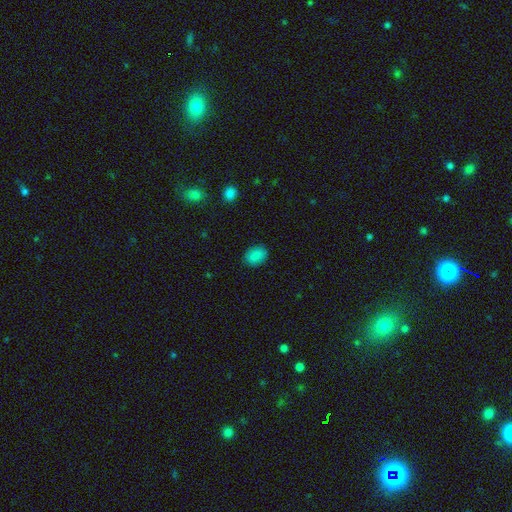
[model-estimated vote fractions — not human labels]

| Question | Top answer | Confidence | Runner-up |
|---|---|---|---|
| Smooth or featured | smooth | 87% | star or artifact (9%) |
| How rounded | in between | 70% | round (29%) |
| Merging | none | 87% | minor disturbance (9%) |